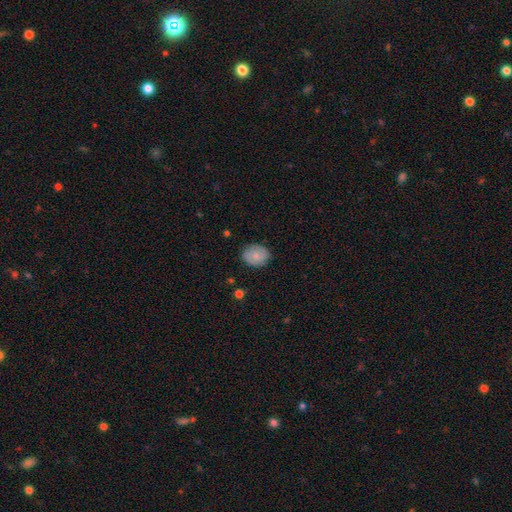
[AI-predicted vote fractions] This is likely a smooth galaxy (67%). How rounded: possibly round (55%). Merging: clearly none (82%).